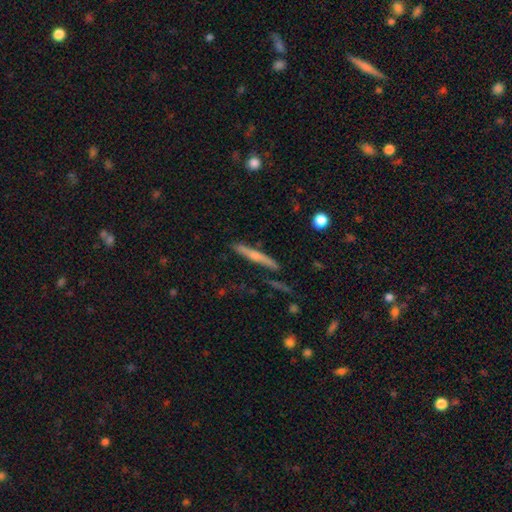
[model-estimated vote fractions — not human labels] featured or disk 53%, smooth 40%, star or artifact 7%. Down the decision tree: edge-on disk — yes (95%); edge-on bulge — rounded (55%); merging — none (82%).